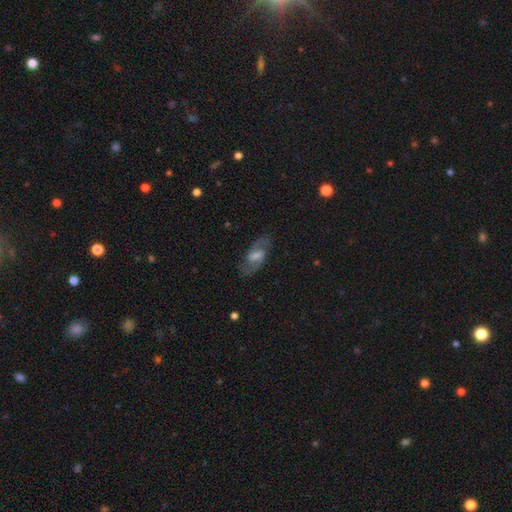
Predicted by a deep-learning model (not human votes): featured or disk 72%, smooth 21%, star or artifact 7%. Down the decision tree: edge-on disk — no (93%); bar — weak (51%); spiral arms — yes (89%); spiral arm count — 2 (89%); spiral winding — medium (52%); bulge size — moderate (32%); merging — none (79%).